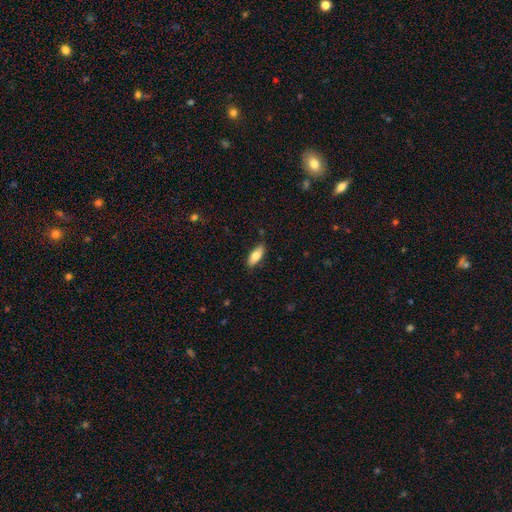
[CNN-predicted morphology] A smooth galaxy with no disk features (77%) that is in between round and cigar-shaped (77%).

Vote fractions:
- Smooth or featured? smooth: 77% / featured or disk: 16% / star or artifact: 6%
- How rounded? in between: 77% / cigar-shaped: 21% / round: 2%
- Merging? none: 84% / minor disturbance: 13% / major disturbance: 2% / merger: 1%